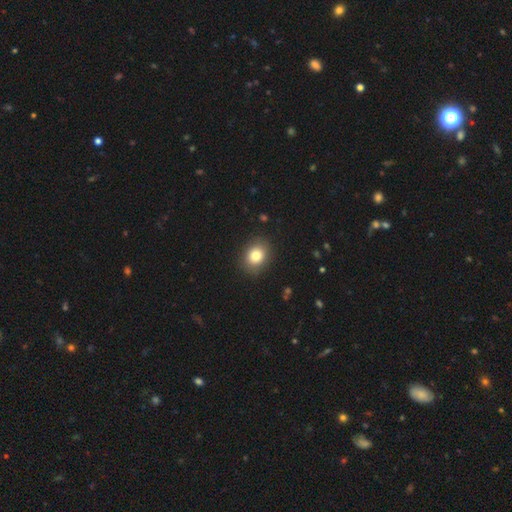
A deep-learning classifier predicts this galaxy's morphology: smooth_or_featured: smooth (p=0.82) [alt: star or artifact p=0.10]
how_rounded: round (p=0.53) [alt: in between p=0.46]
merging: none (p=0.87) [alt: minor disturbance p=0.09]